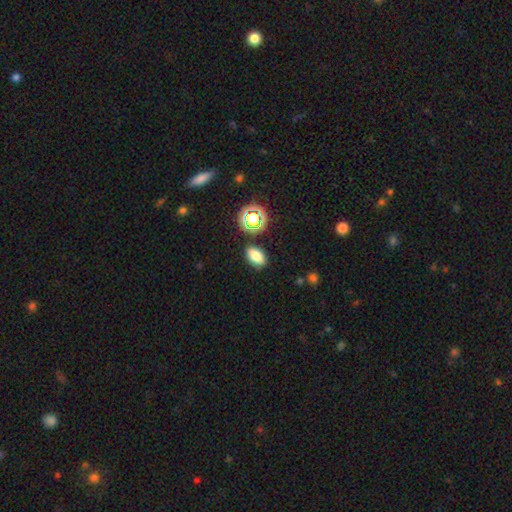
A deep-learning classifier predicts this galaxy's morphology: type=smooth (76%); roundness=in between (87%); merging=none (85%).